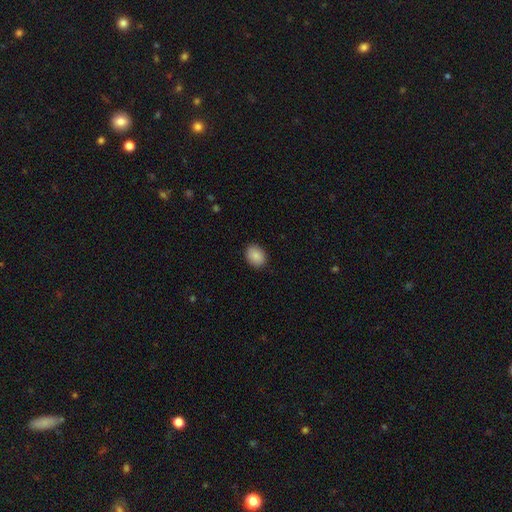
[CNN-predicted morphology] Q: Smooth or featured?
A: smooth (88%); runner-up: star or artifact (8%)
Q: How rounded?
A: in between (61%); runner-up: round (38%)
Q: Merging?
A: none (89%); runner-up: minor disturbance (8%)